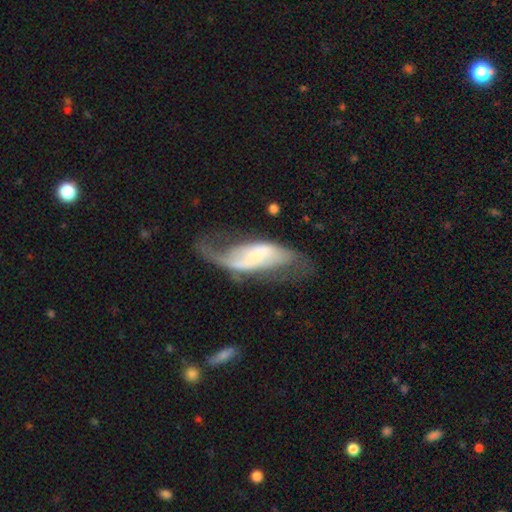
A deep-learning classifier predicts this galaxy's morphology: type=featured or disk (70%); edge-on=no (91%); bar=no (36%); spiral arms=yes (85%); winding=loose (73%); arm count=2 (73%); bulge=none (34%); merging=major disturbance (37%).